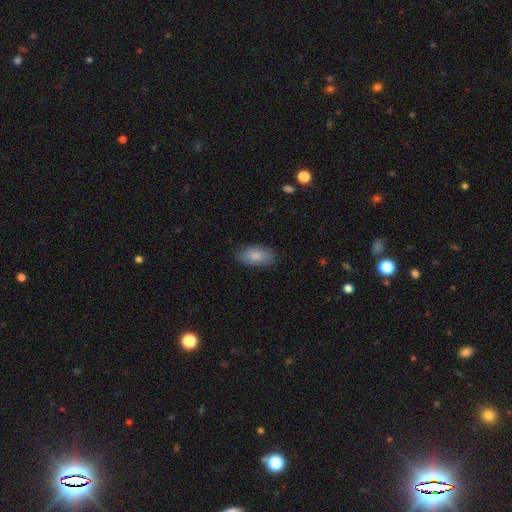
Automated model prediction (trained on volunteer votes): The model was most divided on "merging": none: 81%, minor disturbance: 15%, major disturbance: 3%, merger: 1%. More confident: how rounded — in between (92%); smooth or featured — smooth (84%).